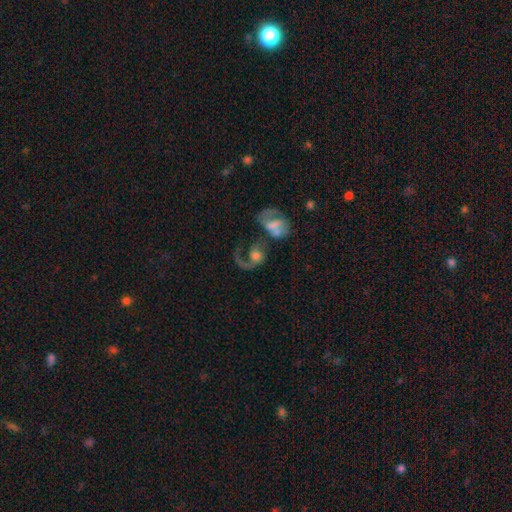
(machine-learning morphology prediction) A featured or disk galaxy (62%) with no bar (74%), spiral arms (77%) and a moderate central bulge (42%). Merging: merger (34%).